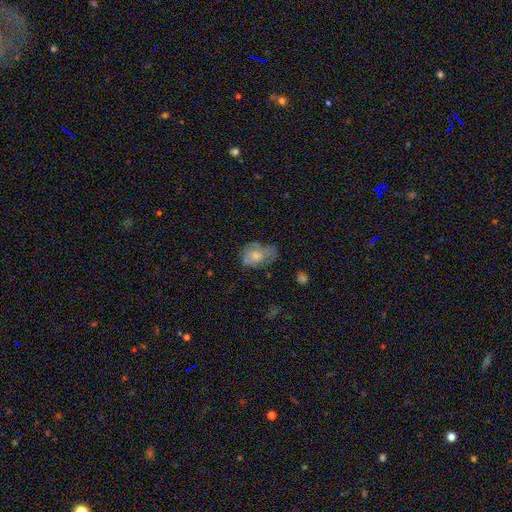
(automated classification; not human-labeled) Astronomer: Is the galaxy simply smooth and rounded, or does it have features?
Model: smooth — 59%.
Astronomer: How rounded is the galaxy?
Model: in between — 78%.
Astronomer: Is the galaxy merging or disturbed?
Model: none — 43% (runner-up: minor disturbance, 31%).